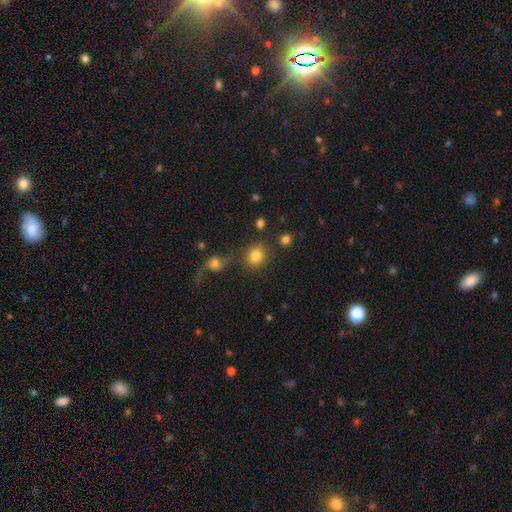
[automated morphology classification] Smooth or featured? smooth (83%)
How rounded? round (79%)
Merging? none (72%)